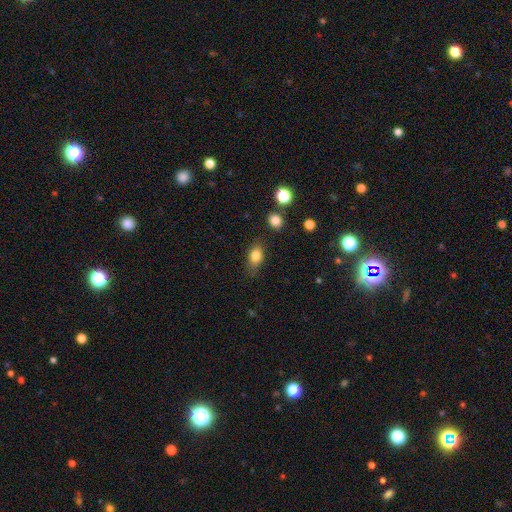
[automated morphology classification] smooth-or-featured: smooth: 81% | star or artifact: 9% | featured or disk: 9%
  how-rounded: in between: 76% | round: 20% | cigar-shaped: 4%
  merging: none: 73% | minor disturbance: 19% | major disturbance: 5% | merger: 2%